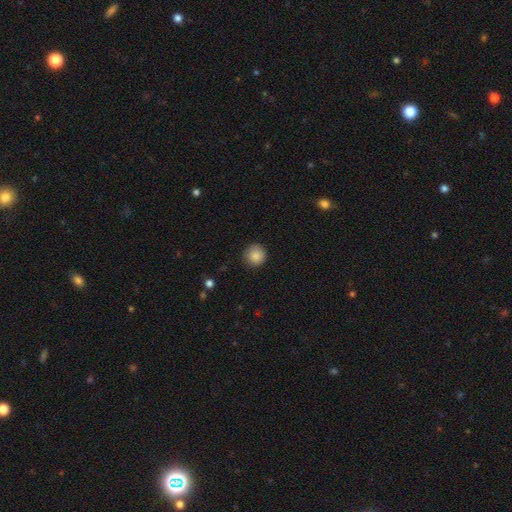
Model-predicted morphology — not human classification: A smooth galaxy with no disk features (87%) that is round (94%).

Vote fractions:
- Smooth or featured? smooth: 87% / star or artifact: 9% / featured or disk: 5%
- How rounded? round: 94% / in between: 5% / cigar-shaped: 1%
- Merging? none: 87% / minor disturbance: 10% / major disturbance: 2% / merger: 1%